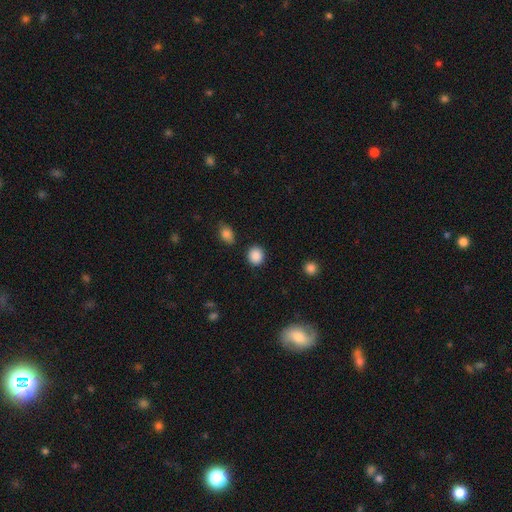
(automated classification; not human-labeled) smooth-or-featured: smooth: 88% | star or artifact: 9% | featured or disk: 3%
  how-rounded: round: 80% | in between: 19% | cigar-shaped: 1%
  merging: none: 87% | minor disturbance: 8% | merger: 3% | major disturbance: 3%